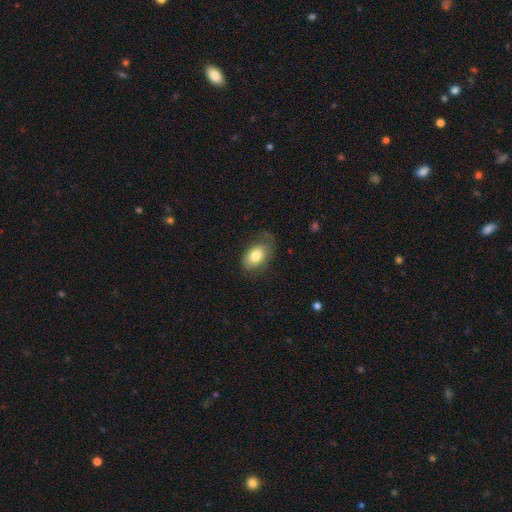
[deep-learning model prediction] A smooth galaxy with no disk features (76%) that is in between round and cigar-shaped (86%). Merging: none (55%).